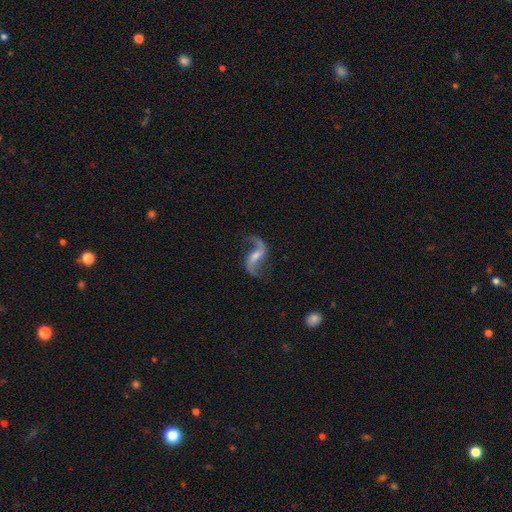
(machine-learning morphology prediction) Smooth or featured? Predicted: featured or disk (p=0.90). Edge-on disk? Predicted: no (p=0.97). Bar? Predicted: weak (p=0.43). Spiral arms? Predicted: yes (p=0.97). Spiral winding? Predicted: loose (p=0.85). Spiral arm count? Predicted: 2 (p=0.94). Bulge size? Predicted: small (p=0.46). Merging? Predicted: none (p=0.79).